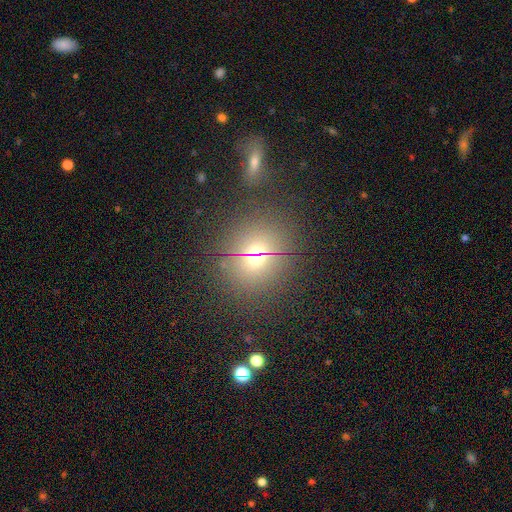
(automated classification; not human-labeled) Smooth or featured? Predicted: smooth (p=0.58). How rounded? Predicted: round (p=0.82). Merging? Predicted: none (p=0.85).